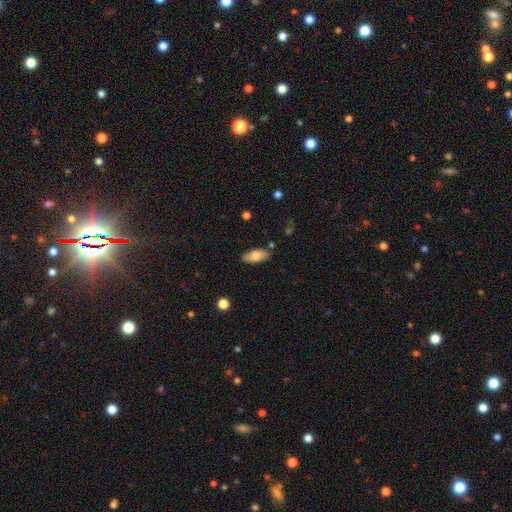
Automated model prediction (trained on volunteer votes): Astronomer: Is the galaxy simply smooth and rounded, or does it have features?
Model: smooth — 73%.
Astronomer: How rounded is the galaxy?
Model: in between — 86%.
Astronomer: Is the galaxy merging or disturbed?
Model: none — 85%.